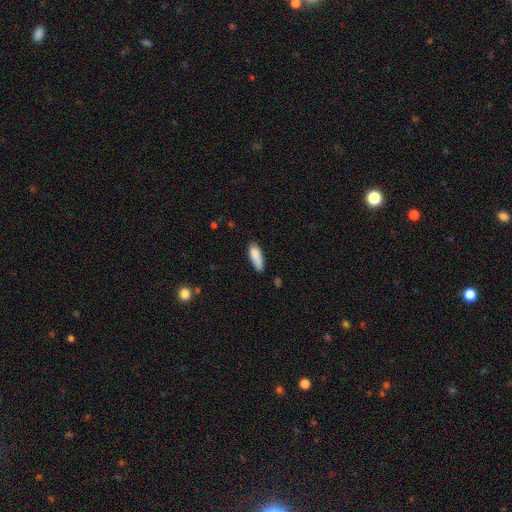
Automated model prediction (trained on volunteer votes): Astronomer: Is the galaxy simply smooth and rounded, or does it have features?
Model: smooth — 87%.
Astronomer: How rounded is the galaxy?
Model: in between — 62%.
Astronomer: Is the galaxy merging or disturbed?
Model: none — 71%.